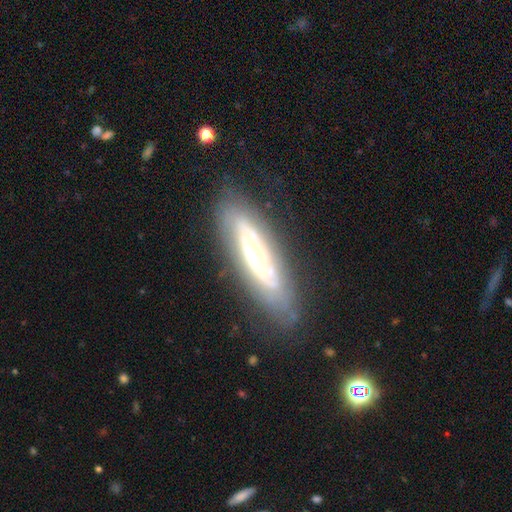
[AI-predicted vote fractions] Smooth or featured? featured or disk (76%)
Edge-on disk? no (72%)
Bar? no (71%)
Spiral arms? yes (73%)
Bulge size? small (55%)
Merging? none (78%)